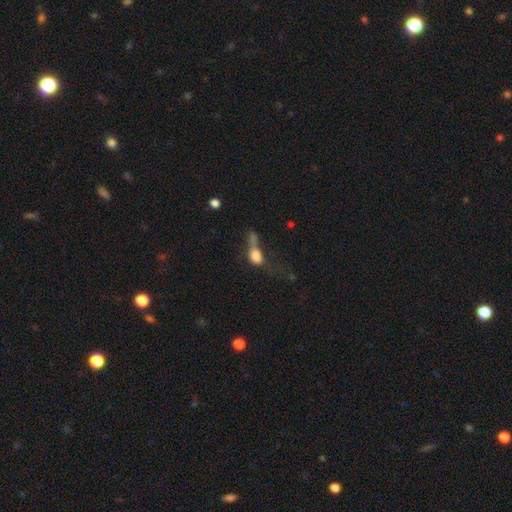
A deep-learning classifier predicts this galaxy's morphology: Smooth or featured?
  - smooth: 71% *
  - featured or disk: 17%
  - star or artifact: 11%
How rounded?
  - in between: 60% *
  - round: 33%
  - cigar-shaped: 7%
Merging?
  - major disturbance: 36% *
  - merger: 29%
  - none: 19%
  - minor disturbance: 16%